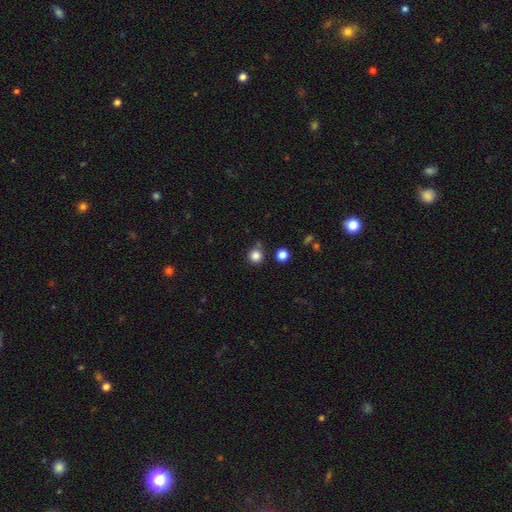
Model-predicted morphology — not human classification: A smooth galaxy with no disk features (83%) that is round (94%). Merging: none (79%).